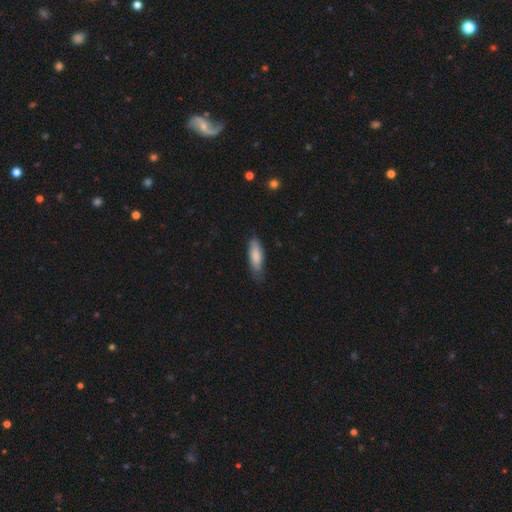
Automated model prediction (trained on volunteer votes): Smooth or featured?
  - smooth: 81% *
  - featured or disk: 14%
  - star or artifact: 5%
How rounded?
  - in between: 55% *
  - cigar-shaped: 43%
  - round: 2%
Merging?
  - none: 69% *
  - minor disturbance: 25%
  - major disturbance: 5%
  - merger: 1%